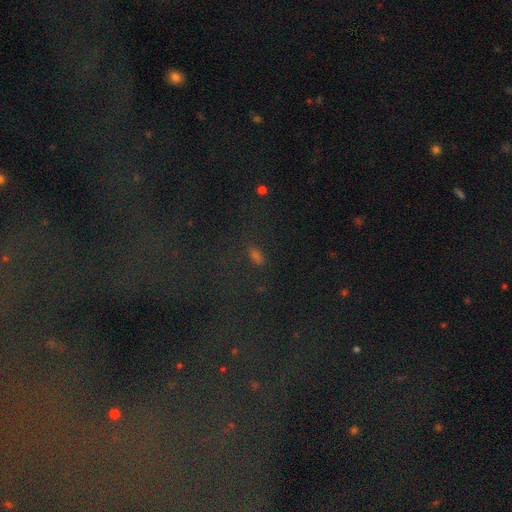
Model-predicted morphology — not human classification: type=smooth (49%); merging=none (71%).